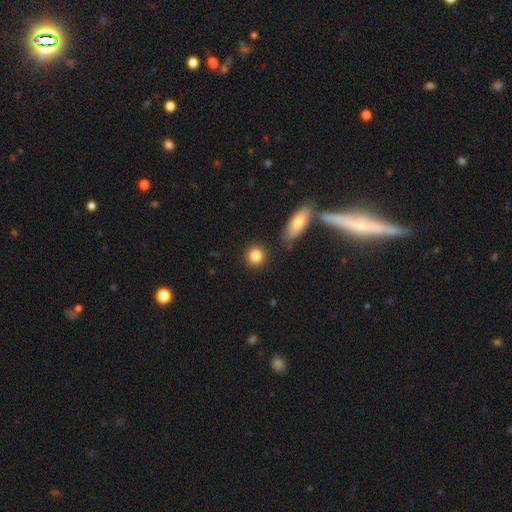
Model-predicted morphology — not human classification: Smooth or featured? Predicted: smooth (p=0.85). How rounded? Predicted: round (p=0.88). Merging? Predicted: none (p=0.86).